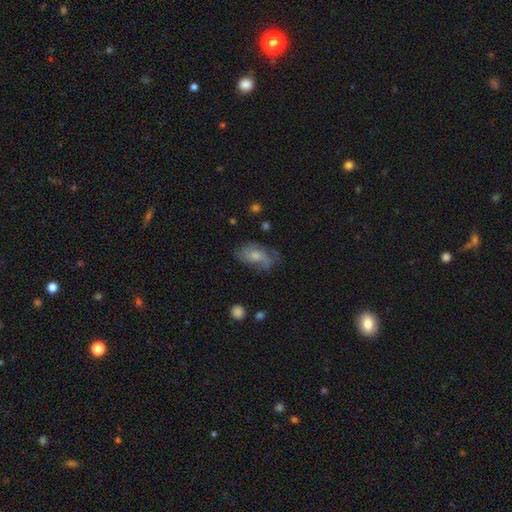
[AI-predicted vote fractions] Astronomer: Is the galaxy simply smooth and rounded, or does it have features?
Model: smooth — 46% (runner-up: featured or disk, 45%).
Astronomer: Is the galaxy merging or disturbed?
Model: none — 50% (runner-up: minor disturbance, 29%).